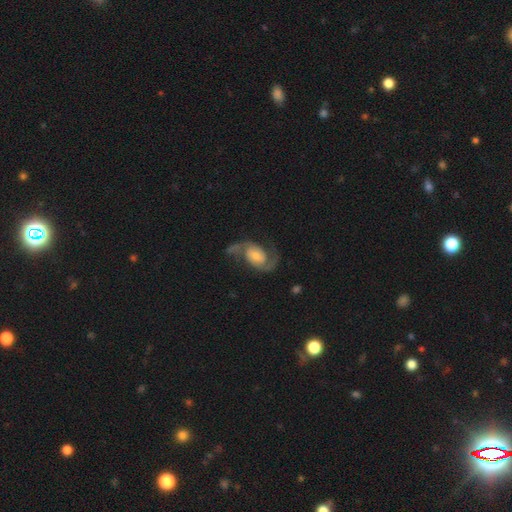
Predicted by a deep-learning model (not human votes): featured or disk 87%, smooth 7%, star or artifact 6%. Down the decision tree: edge-on disk — no (97%); bar — no (58%); spiral arms — yes (97%); spiral arm count — 2 (92%); spiral winding — medium (49%); bulge size — moderate (42%, tied with small); merging — none (69%).